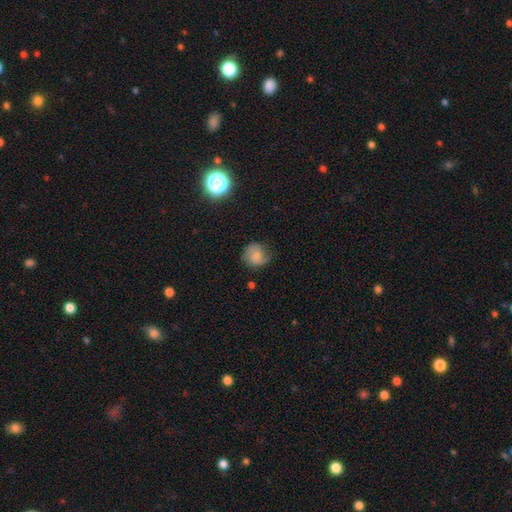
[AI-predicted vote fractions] Morphology: type=smooth (69%); roundness=round (79%); merging=none (63%).